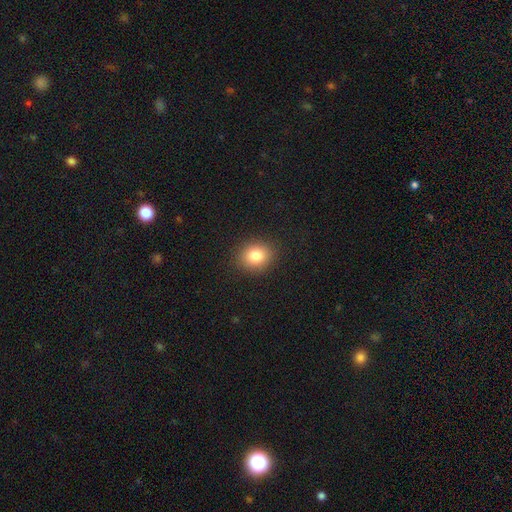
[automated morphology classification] A smooth galaxy with no disk features (82%) that is round (68%). Merging: none (90%).